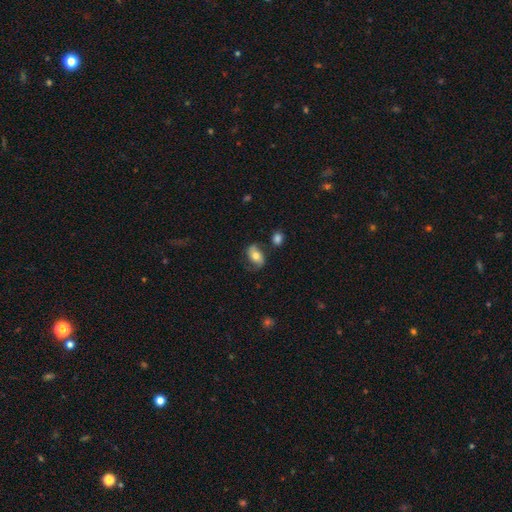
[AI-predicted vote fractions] The model was most divided on "smooth or featured": smooth: 51%, featured or disk: 41%, star or artifact: 8%. More confident: how rounded — in between (85%); merging — none (65%).